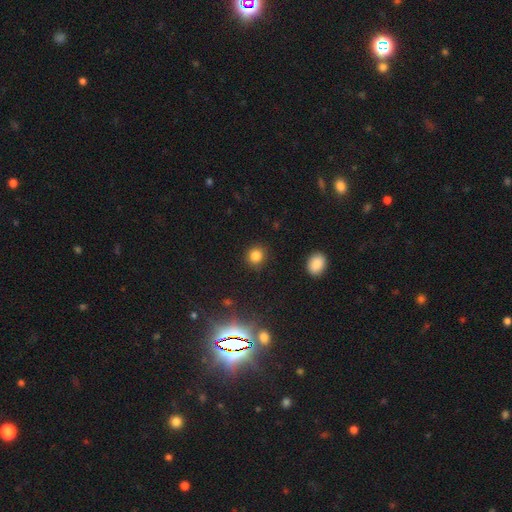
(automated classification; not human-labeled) A smooth galaxy with no disk features (82%) that is round (87%).

Vote fractions:
- Smooth or featured? smooth: 82% / star or artifact: 14% / featured or disk: 4%
- How rounded? round: 87% / in between: 12% / cigar-shaped: 1%
- Merging? none: 88% / minor disturbance: 8% / major disturbance: 3% / merger: 2%